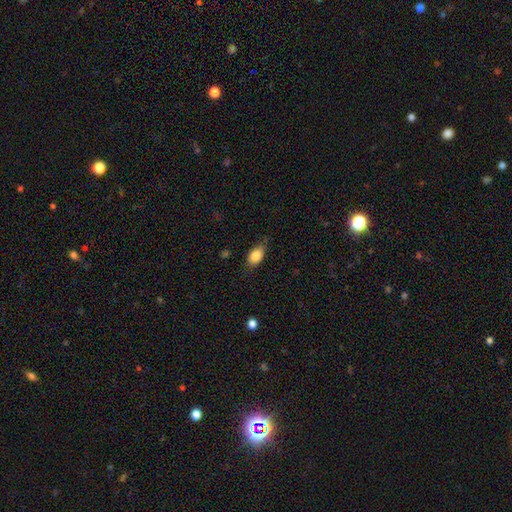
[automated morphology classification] Smooth or featured? smooth (86%)
How rounded? in between (88%)
Merging? none (76%)